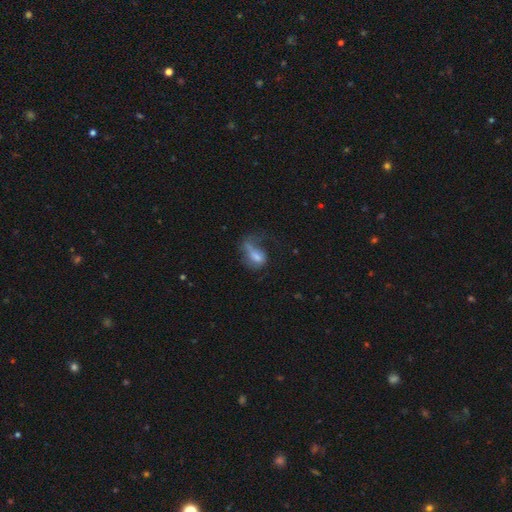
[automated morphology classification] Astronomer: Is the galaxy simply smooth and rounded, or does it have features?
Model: smooth — 52% (runner-up: featured or disk, 37%).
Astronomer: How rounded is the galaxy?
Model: in between — 77%.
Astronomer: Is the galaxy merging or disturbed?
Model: major disturbance — 54%.